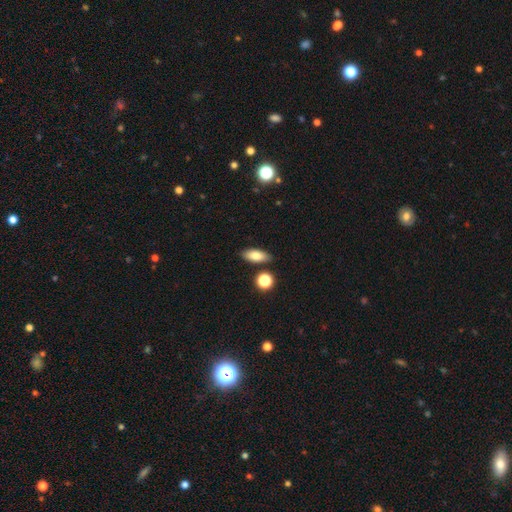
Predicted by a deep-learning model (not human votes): Morphology: type=smooth (80%); roundness=in between (81%); merging=none (83%).